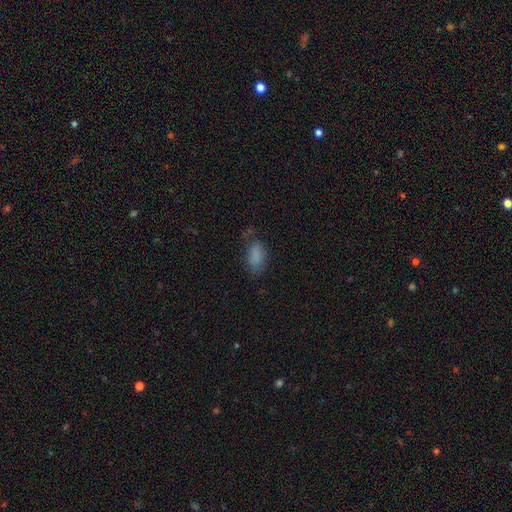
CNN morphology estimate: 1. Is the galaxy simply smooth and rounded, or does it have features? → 82% smooth, 9% star or artifact, 9% featured or disk.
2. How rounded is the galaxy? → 92% in between, 4% cigar-shaped, 4% round.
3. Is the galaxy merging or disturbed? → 59% none, 26% minor disturbance, 11% major disturbance, 3% merger.